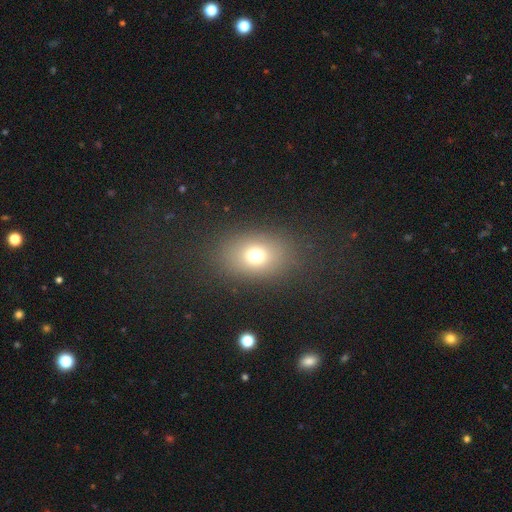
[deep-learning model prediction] Q: Smooth or featured?
A: smooth (71%); runner-up: star or artifact (16%)
Q: How rounded?
A: in between (67%); runner-up: round (32%)
Q: Merging?
A: none (82%); runner-up: minor disturbance (10%)